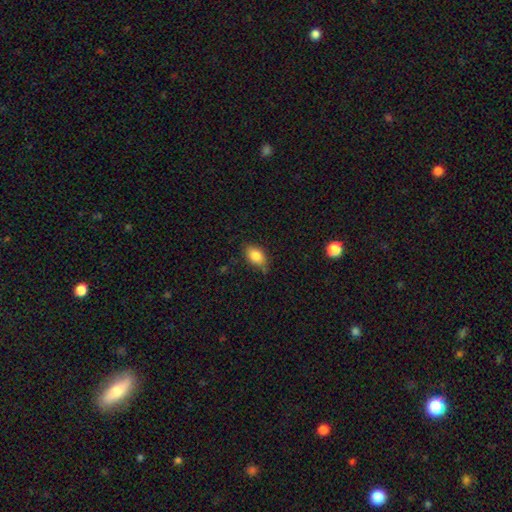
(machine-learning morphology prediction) This is clearly a smooth galaxy (85%). How rounded: clearly in between (88%). Merging: likely none (71%).